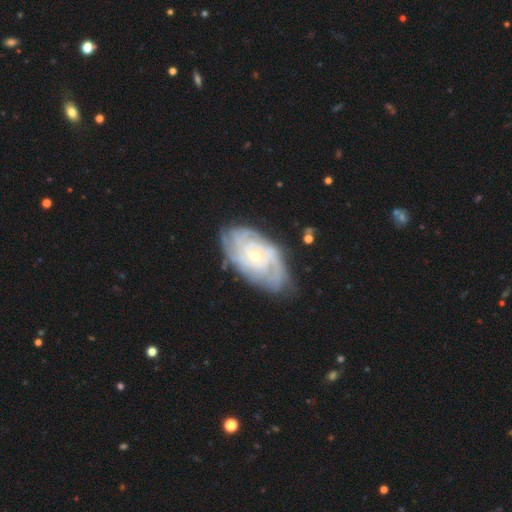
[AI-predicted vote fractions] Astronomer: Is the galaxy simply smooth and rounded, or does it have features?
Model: featured or disk — 85%.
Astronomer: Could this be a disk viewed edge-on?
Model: no — 95%.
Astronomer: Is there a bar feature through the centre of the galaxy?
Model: no — 73%.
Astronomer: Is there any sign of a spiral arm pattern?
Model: yes — 95%.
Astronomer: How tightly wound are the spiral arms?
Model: tight — 75%.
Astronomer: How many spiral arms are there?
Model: can't tell — 37% (runner-up: 3, 17%).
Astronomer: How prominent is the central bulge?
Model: small — 65%.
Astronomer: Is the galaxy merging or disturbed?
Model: none — 75%.